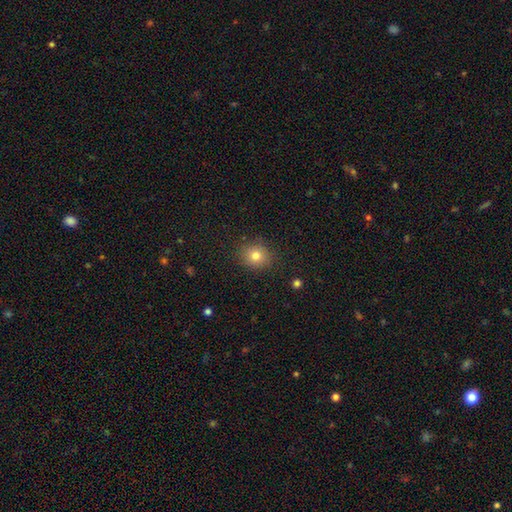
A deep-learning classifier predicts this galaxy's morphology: Q: Smooth or featured?
A: smooth (79%); runner-up: star or artifact (12%)
Q: How rounded?
A: round (78%); runner-up: in between (21%)
Q: Merging?
A: none (87%); runner-up: minor disturbance (9%)